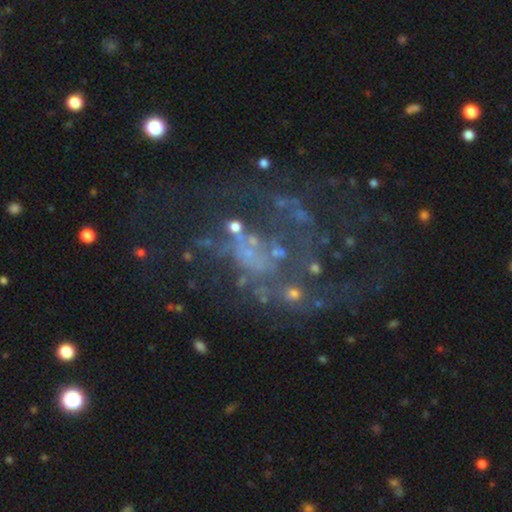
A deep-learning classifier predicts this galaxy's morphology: Q: Smooth or featured?
A: featured or disk (75%); runner-up: star or artifact (17%)
Q: Edge-on disk?
A: no (98%); runner-up: yes (2%)
Q: Bar?
A: no (75%); runner-up: weak (19%)
Q: Spiral arms?
A: yes (62%); runner-up: no (38%)
Q: Bulge size?
A: none (69%); runner-up: small (19%)
Q: Merging?
A: none (45%); runner-up: major disturbance (34%)